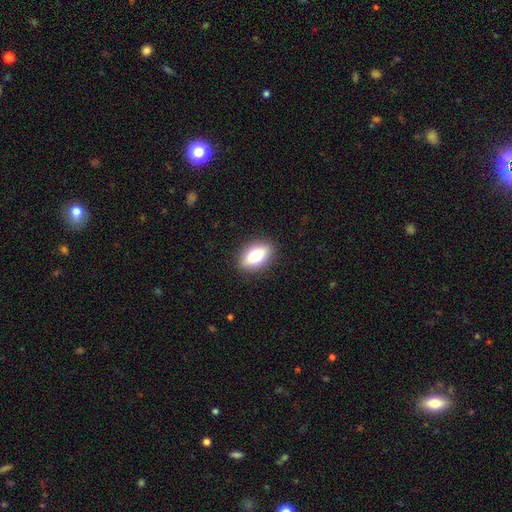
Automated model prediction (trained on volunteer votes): smooth-or-featured: smooth: 76% | featured or disk: 16% | star or artifact: 8%
  how-rounded: in between: 86% | round: 9% | cigar-shaped: 5%
  merging: none: 88% | minor disturbance: 8% | major disturbance: 2% | merger: 1%